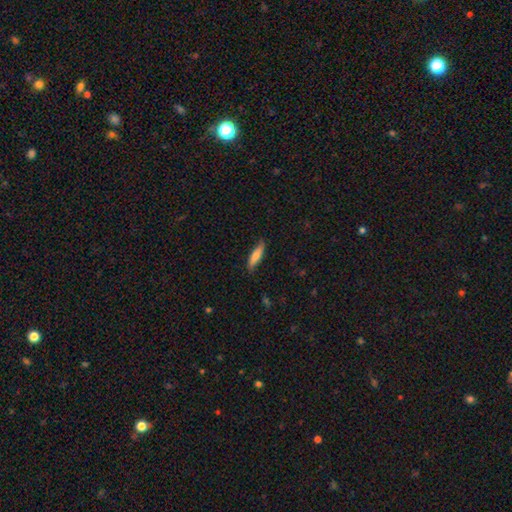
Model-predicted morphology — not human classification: Smooth or featured? smooth (70%)
How rounded? cigar-shaped (69%)
Merging? none (80%)